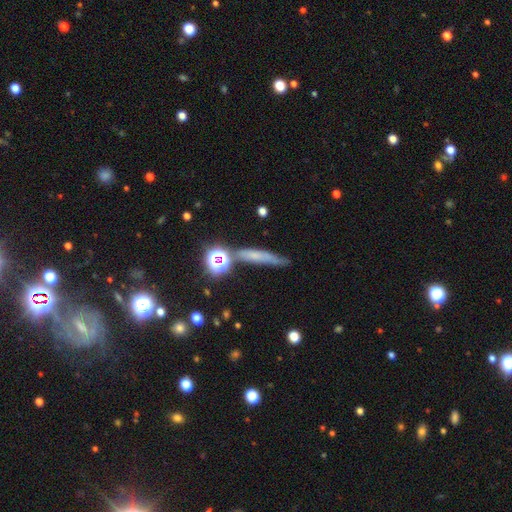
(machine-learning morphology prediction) Q: Smooth or featured?
A: smooth (52%); runner-up: featured or disk (27%)
Q: How rounded?
A: cigar-shaped (77%); runner-up: round (12%)
Q: Merging?
A: none (68%); runner-up: minor disturbance (19%)